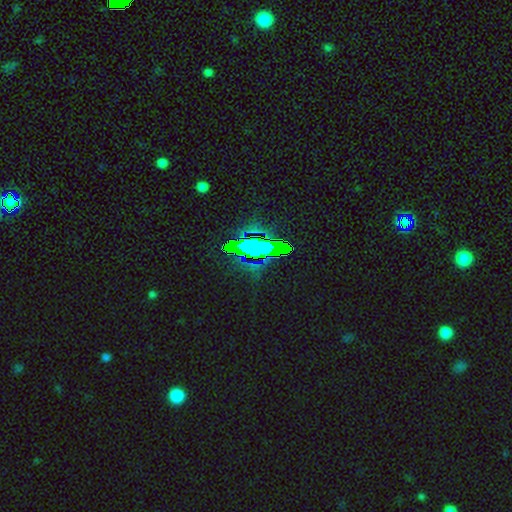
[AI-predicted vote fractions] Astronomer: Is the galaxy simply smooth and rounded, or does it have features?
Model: star or artifact — 67%.